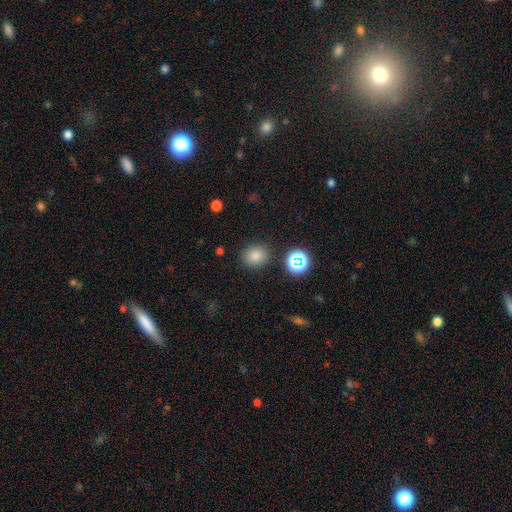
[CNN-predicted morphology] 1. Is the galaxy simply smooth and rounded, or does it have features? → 79% smooth, 15% star or artifact, 6% featured or disk.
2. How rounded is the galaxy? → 67% round, 32% in between, 1% cigar-shaped.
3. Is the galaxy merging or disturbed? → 85% none, 9% minor disturbance, 3% merger, 3% major disturbance.